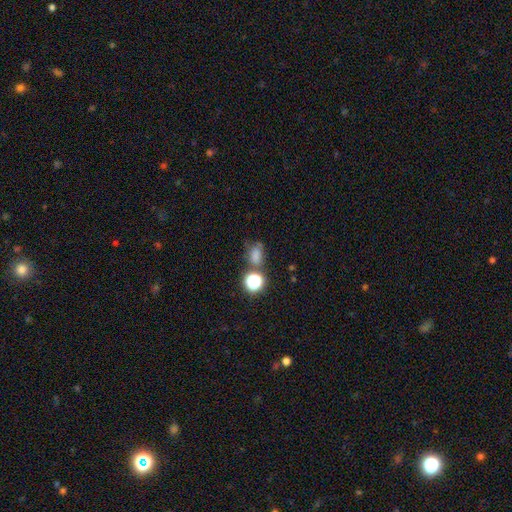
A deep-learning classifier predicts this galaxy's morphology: Smooth or featured?
  - smooth: 68% *
  - star or artifact: 23%
  - featured or disk: 9%
How rounded?
  - in between: 62% *
  - round: 36%
  - cigar-shaped: 2%
Merging?
  - none: 52% *
  - minor disturbance: 20%
  - merger: 18%
  - major disturbance: 10%